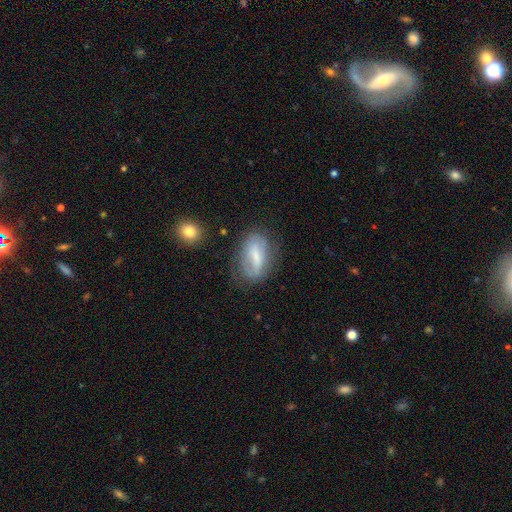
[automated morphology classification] Smooth or featured? smooth (50%)
Merging? none (63%)